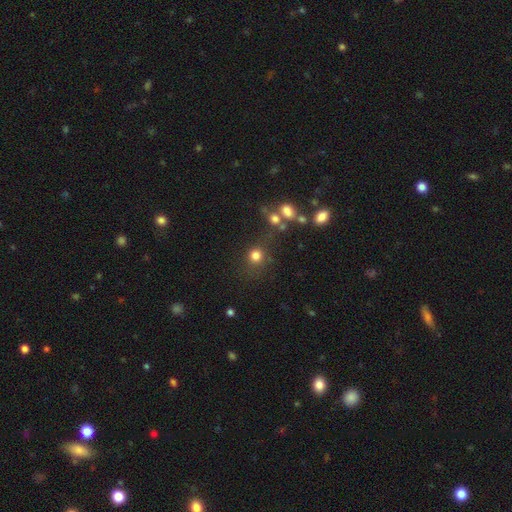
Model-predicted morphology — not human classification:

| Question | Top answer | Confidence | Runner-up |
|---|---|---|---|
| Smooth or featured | smooth | 77% | star or artifact (16%) |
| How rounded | round | 86% | in between (13%) |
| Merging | none | 70% | minor disturbance (12%) |